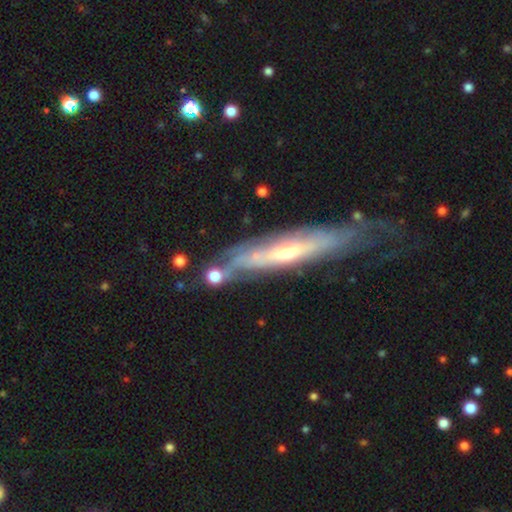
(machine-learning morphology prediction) A featured or disk galaxy (73%) viewed edge-on (57%).

Vote fractions:
- Smooth or featured? featured or disk: 73% / smooth: 21% / star or artifact: 6%
- Edge-on disk? yes: 57% / no: 43%
- Merging? none: 63% / minor disturbance: 20% / major disturbance: 9% / merger: 7%